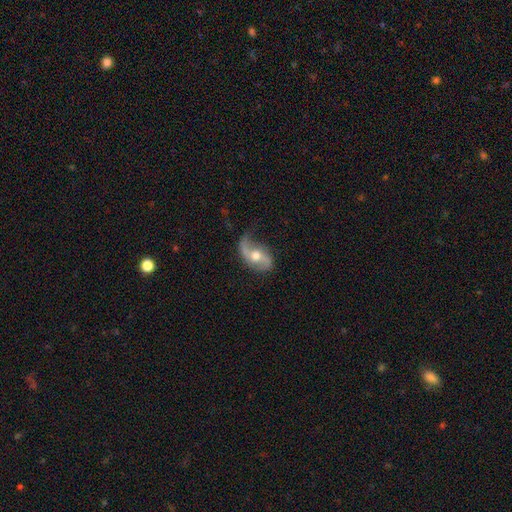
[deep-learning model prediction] Q: Smooth or featured?
A: featured or disk (79%); runner-up: smooth (15%)
Q: Edge-on disk?
A: no (95%); runner-up: yes (5%)
Q: Bar?
A: no (51%); runner-up: weak (35%)
Q: Spiral arms?
A: yes (92%); runner-up: no (8%)
Q: Spiral winding?
A: loose (71%); runner-up: medium (22%)
Q: Spiral arm count?
A: 2 (83%); runner-up: 1 (11%)
Q: Bulge size?
A: moderate (73%); runner-up: small (15%)
Q: Merging?
A: none (55%); runner-up: minor disturbance (26%)